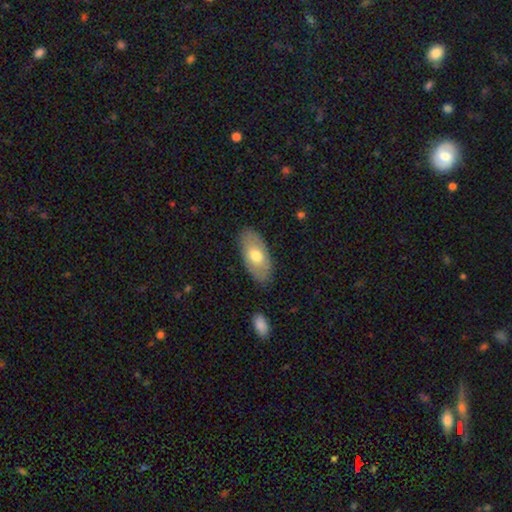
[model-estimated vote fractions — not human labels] Smooth or featured? smooth (63%)
How rounded? in between (92%)
Merging? none (83%)